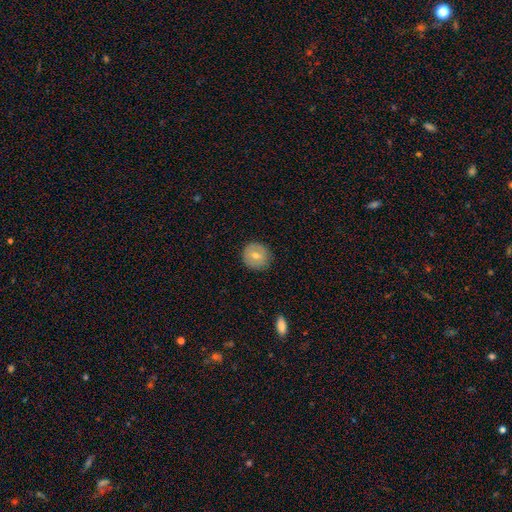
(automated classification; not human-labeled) Morphology: type=smooth (66%); roundness=round (91%); merging=none (88%).